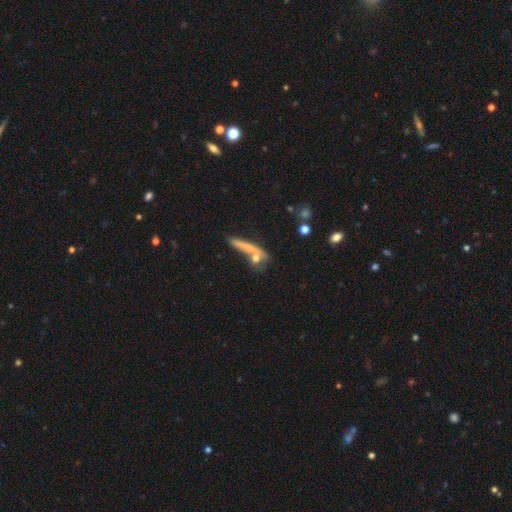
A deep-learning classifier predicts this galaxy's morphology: Smooth or featured? Predicted: smooth (p=0.54). How rounded? Predicted: cigar-shaped (p=0.71). Merging? Predicted: none (p=0.52).